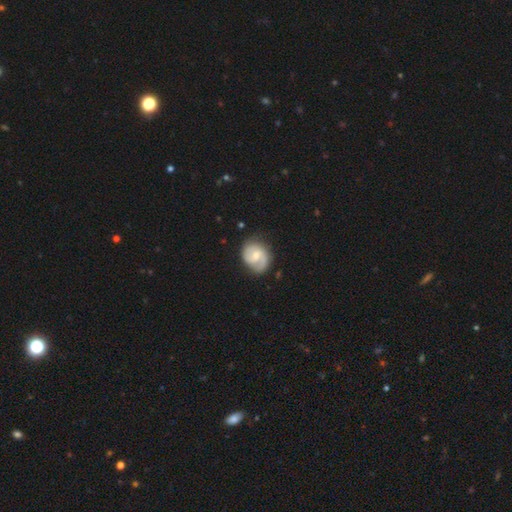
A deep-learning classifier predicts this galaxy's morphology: A featured or disk galaxy (73%) with a weak bar (47%), 2 (76%) medium (46%) spiral arms (93%) and a moderate central bulge (52%). Merging: none (73%).